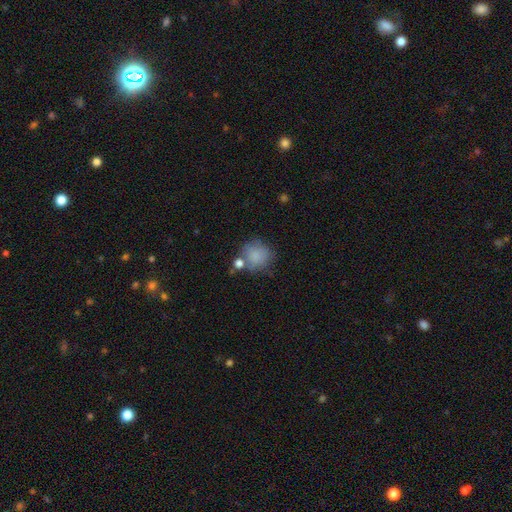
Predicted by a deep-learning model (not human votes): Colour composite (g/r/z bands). It shows a smooth galaxy with no disk features (81%) that is round (84%). Merging: none (57%).